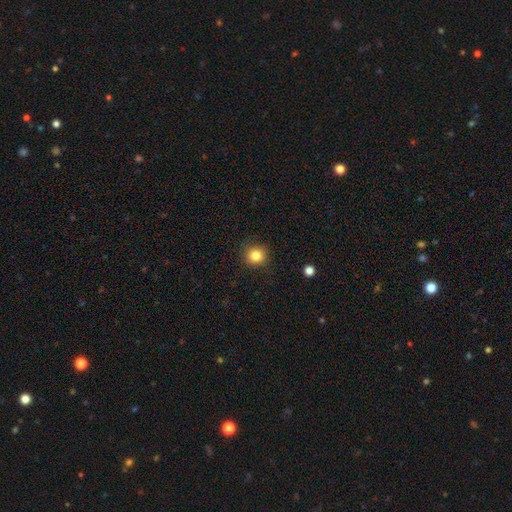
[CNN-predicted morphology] Smooth or featured? smooth (84%)
How rounded? round (91%)
Merging? none (87%)